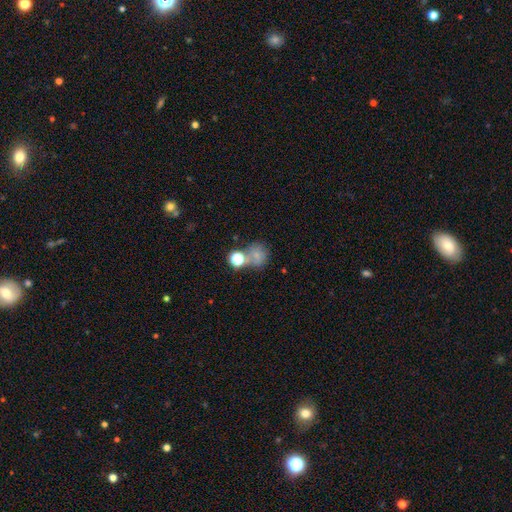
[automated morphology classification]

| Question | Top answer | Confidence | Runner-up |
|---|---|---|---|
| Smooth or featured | smooth | 67% | star or artifact (19%) |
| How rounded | round | 77% | in between (21%) |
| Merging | none | 44% | merger (31%) |